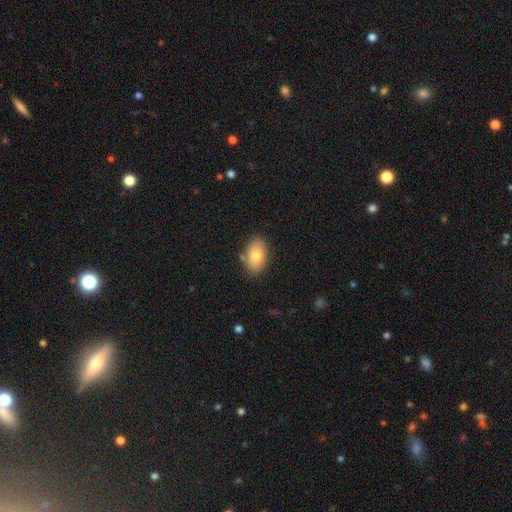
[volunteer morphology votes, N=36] This is likely a smooth galaxy (78%). How rounded: clearly in between (93%). Merging: likely none (76%).